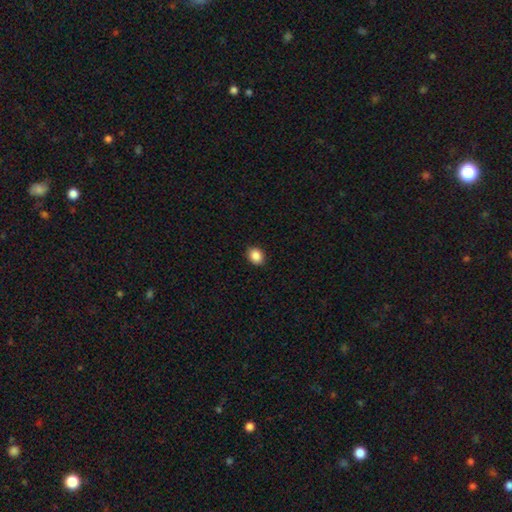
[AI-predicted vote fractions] This is clearly a smooth galaxy (88%). How rounded: possibly in between (50%). Merging: clearly none (91%).